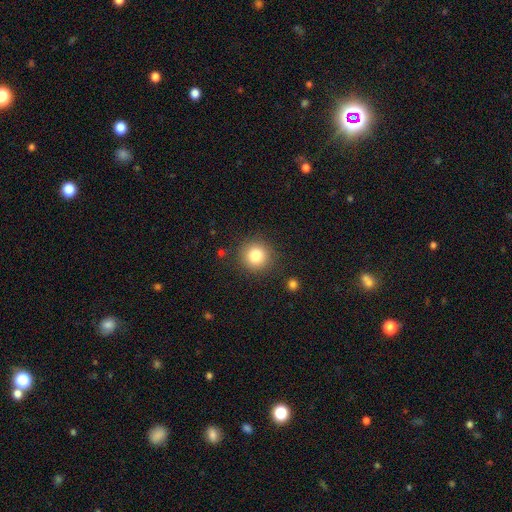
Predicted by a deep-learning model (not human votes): This appears to be a smooth galaxy with no disk features (82%) that is round (94%). Merging: none (87%).